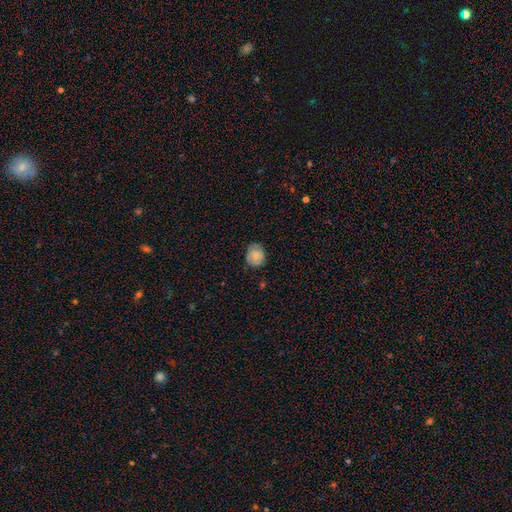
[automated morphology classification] Overall: smooth (75%). How rounded: round (67%; in between 32%). Merging: none (69%).